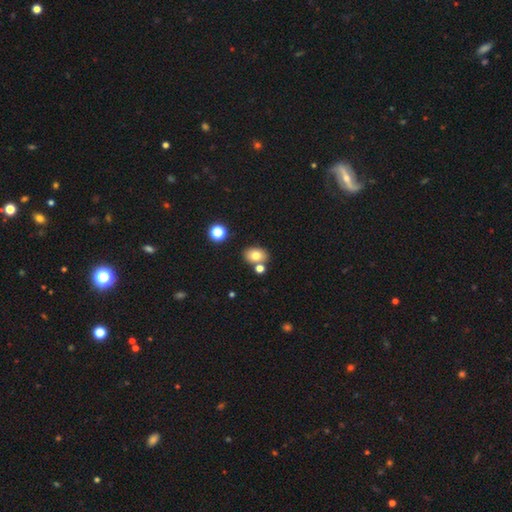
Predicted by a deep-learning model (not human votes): smooth-or-featured: smooth: 75% | featured or disk: 13% | star or artifact: 12%
  how-rounded: in between: 67% | round: 32% | cigar-shaped: 1%
  merging: none: 68% | merger: 17% | minor disturbance: 11% | major disturbance: 3%